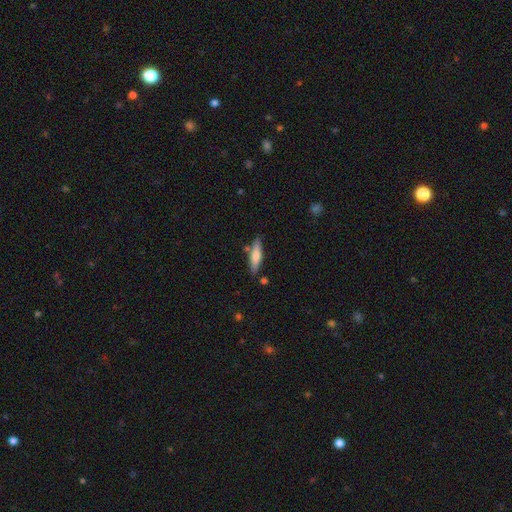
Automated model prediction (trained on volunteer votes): Q: Smooth or featured?
A: smooth (64%); runner-up: featured or disk (30%)
Q: How rounded?
A: cigar-shaped (73%); runner-up: in between (25%)
Q: Merging?
A: none (80%); runner-up: minor disturbance (12%)